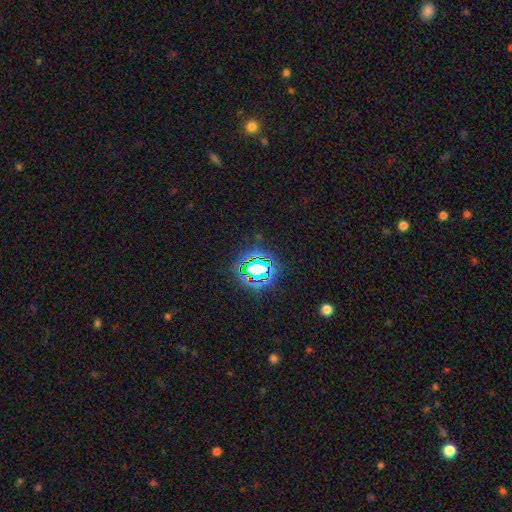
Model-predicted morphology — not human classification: Smooth or featured? star or artifact (79%)